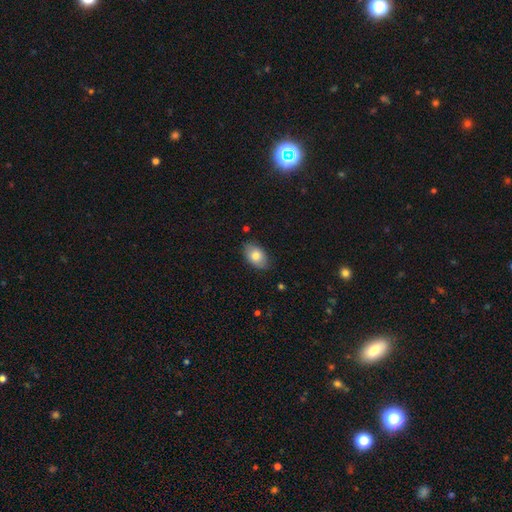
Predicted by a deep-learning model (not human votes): Smooth or featured? smooth (80%)
How rounded? in between (91%)
Merging? none (83%)